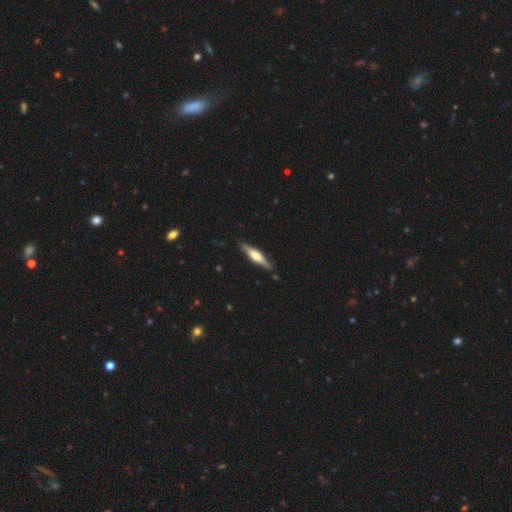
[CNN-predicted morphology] smooth-or-featured: featured or disk: 63% | smooth: 32% | star or artifact: 5%
  disk-edge-on: yes: 96% | no: 4%
    edge-on-bulge: rounded: 82% | boxy: 14% | none: 4%
  merging: none: 88% | minor disturbance: 9% | major disturbance: 2% | merger: 1%